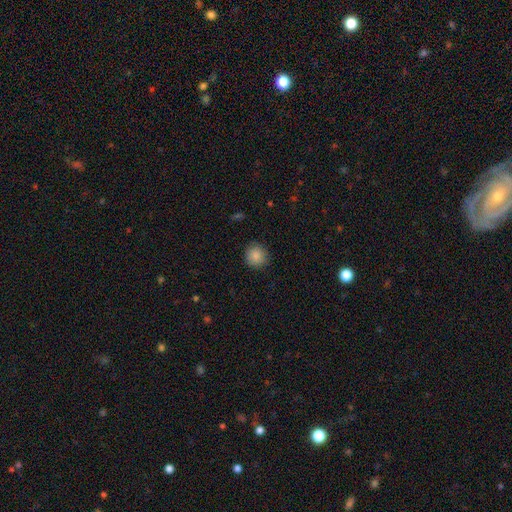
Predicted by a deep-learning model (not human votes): The model was most divided on "smooth or featured": smooth: 86%, star or artifact: 9%, featured or disk: 4%. More confident: how rounded — round (92%); merging — none (88%).